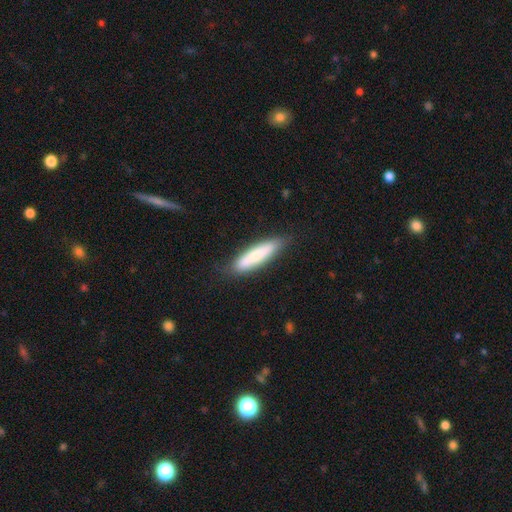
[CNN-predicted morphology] This appears to be a smooth galaxy with no disk features (71%) that is cigar-shaped (74%). Merging: none (81%).